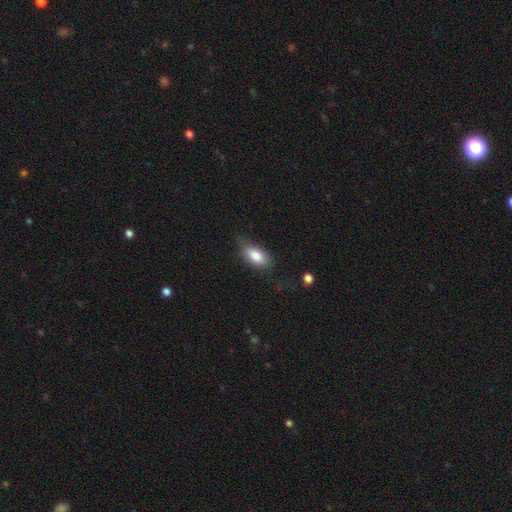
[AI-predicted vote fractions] Q: Smooth or featured?
A: smooth (81%); runner-up: featured or disk (12%)
Q: How rounded?
A: in between (89%); runner-up: cigar-shaped (7%)
Q: Merging?
A: none (62%); runner-up: minor disturbance (27%)